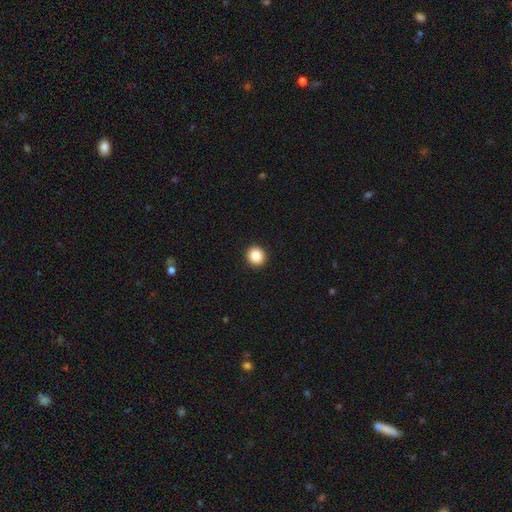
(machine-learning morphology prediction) type=smooth (87%); roundness=round (90%); merging=none (93%).